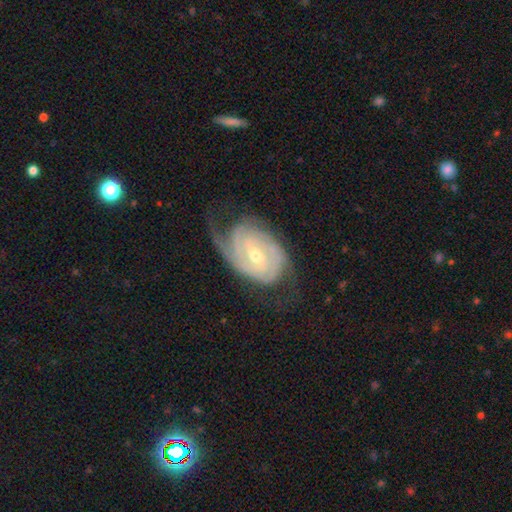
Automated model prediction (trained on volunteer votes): Morphology: type=featured or disk (87%); edge-on=no (96%); bar=no (49%); spiral arms=yes (96%); winding=tight (62%); arm count=2 (42%); bulge=small (49%); merging=none (57%).